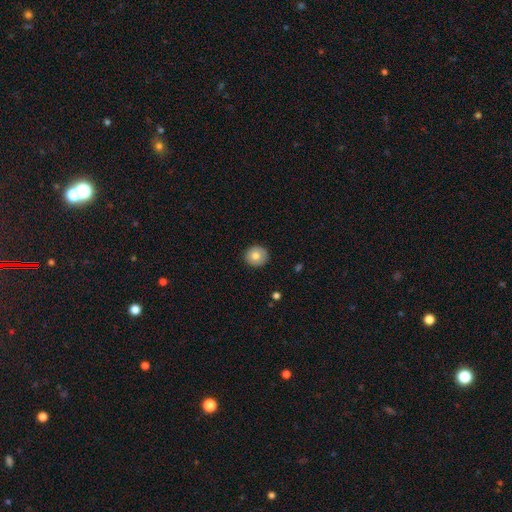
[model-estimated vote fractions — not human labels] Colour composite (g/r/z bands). It shows a smooth galaxy with no disk features (77%) that is round (92%). Merging: none (92%).